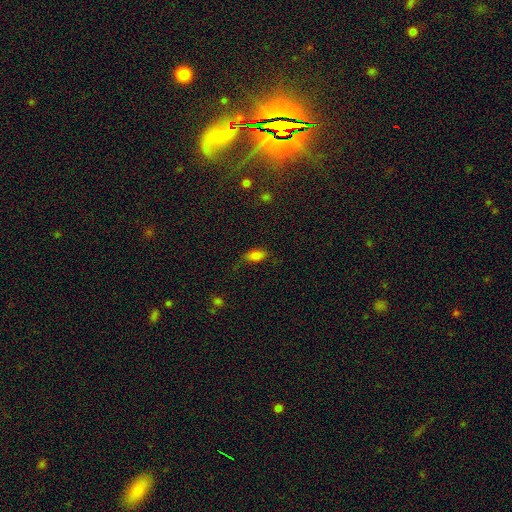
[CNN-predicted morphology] type=smooth (80%); roundness=in between (88%); merging=none (68%).